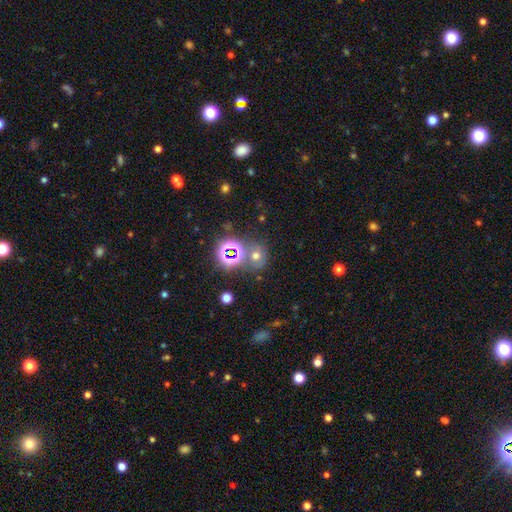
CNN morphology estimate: Smooth or featured? smooth (50%)
Merging? none (65%)